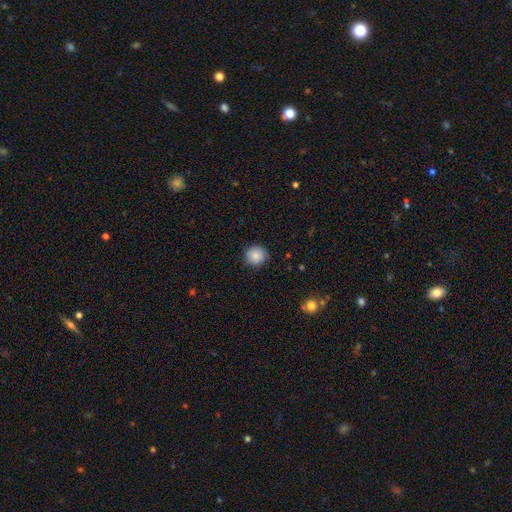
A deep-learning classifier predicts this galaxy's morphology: This appears to be a smooth galaxy with no disk features (86%) that is round (91%). Merging: none (88%).